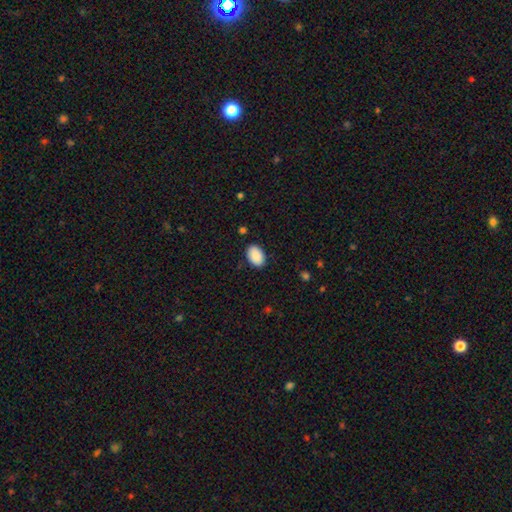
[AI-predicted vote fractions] Smooth or featured?
  - smooth: 91% *
  - star or artifact: 6%
  - featured or disk: 3%
How rounded?
  - in between: 89% *
  - round: 10%
  - cigar-shaped: 1%
Merging?
  - none: 87% *
  - minor disturbance: 9%
  - major disturbance: 2%
  - merger: 1%